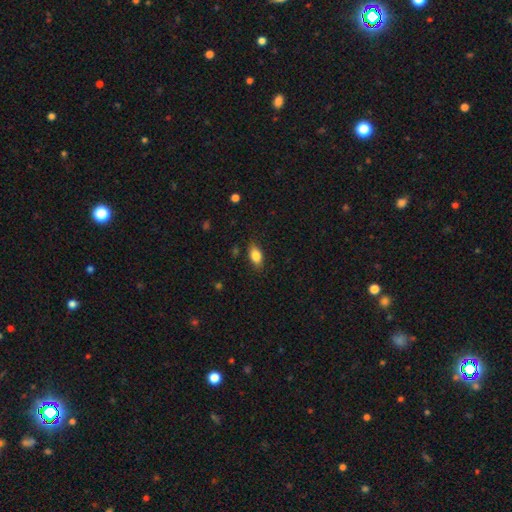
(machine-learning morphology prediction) Q: Smooth or featured?
A: smooth (83%); runner-up: featured or disk (9%)
Q: How rounded?
A: in between (88%); runner-up: round (7%)
Q: Merging?
A: none (84%); runner-up: minor disturbance (12%)